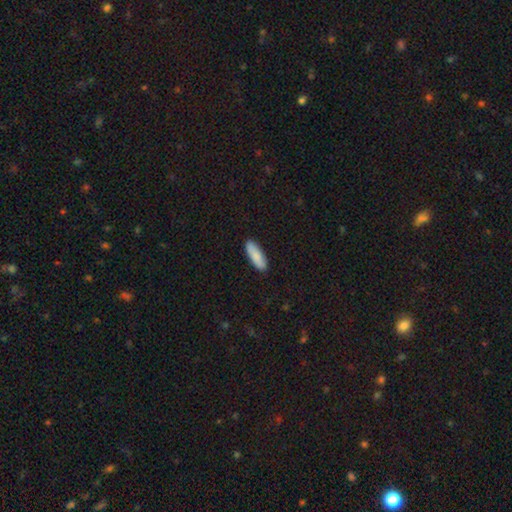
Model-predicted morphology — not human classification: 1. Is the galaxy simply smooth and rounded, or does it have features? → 86% smooth, 9% featured or disk, 5% star or artifact.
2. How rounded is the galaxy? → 53% in between, 45% cigar-shaped, 2% round.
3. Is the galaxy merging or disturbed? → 89% none, 8% minor disturbance, 2% major disturbance, 1% merger.